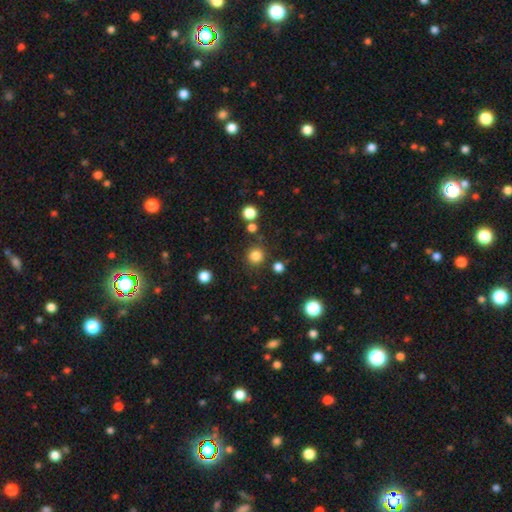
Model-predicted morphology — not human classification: smooth-or-featured: smooth: 82% | star or artifact: 14% | featured or disk: 4%
  how-rounded: round: 93% | in between: 6% | cigar-shaped: 1%
  merging: none: 85% | minor disturbance: 7% | merger: 5% | major disturbance: 3%